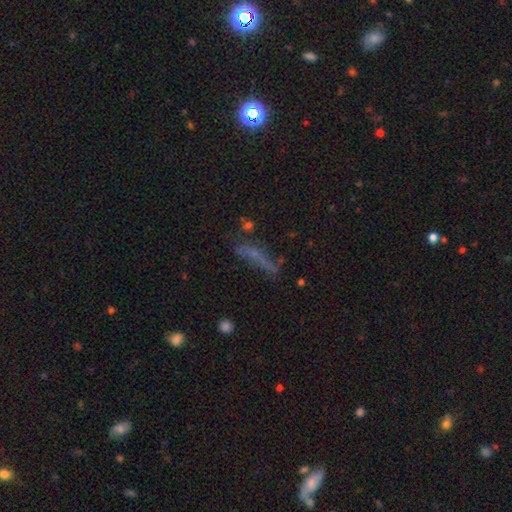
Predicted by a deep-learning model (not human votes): A featured or disk galaxy (39%).

Vote fractions:
- Smooth or featured? featured or disk: 39% / smooth: 38% / star or artifact: 23%
- Merging? none: 53% / minor disturbance: 22% / major disturbance: 18% / merger: 7%